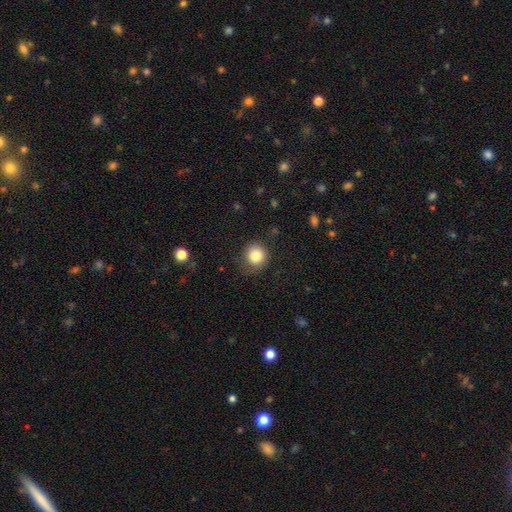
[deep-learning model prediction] Smooth or featured? Predicted: smooth (p=0.82). How rounded? Predicted: round (p=0.88). Merging? Predicted: none (p=0.76).